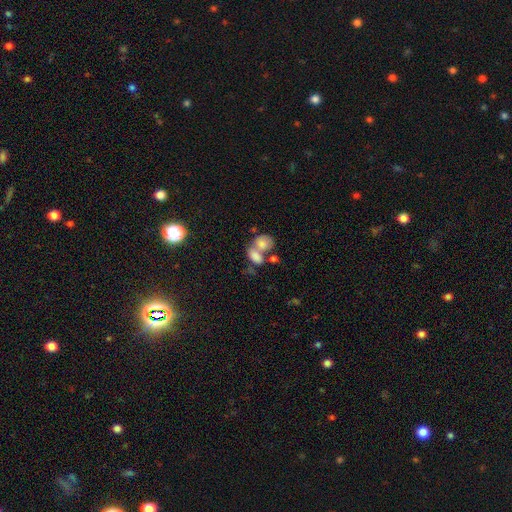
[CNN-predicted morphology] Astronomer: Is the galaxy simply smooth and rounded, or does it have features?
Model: smooth — 74%.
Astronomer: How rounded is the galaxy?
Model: in between — 75%.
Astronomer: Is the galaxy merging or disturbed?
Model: merger — 61%.